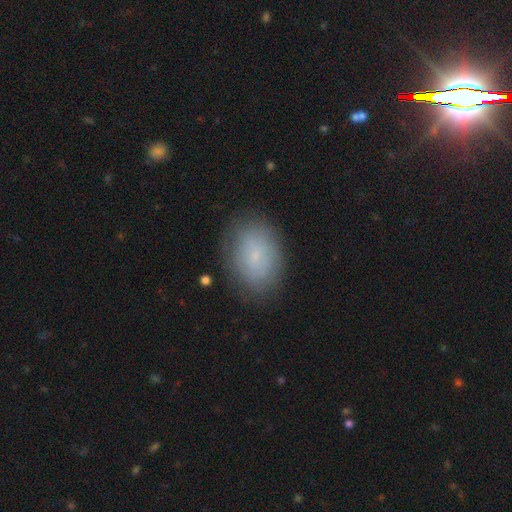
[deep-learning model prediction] This appears to be a smooth galaxy with no disk features (65%) that is in between round and cigar-shaped (80%). Merging: none (81%).